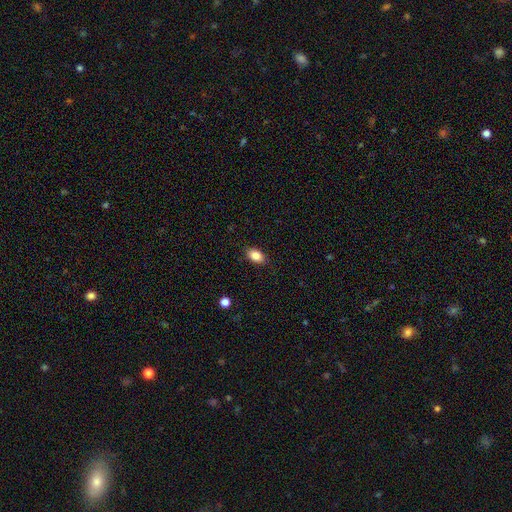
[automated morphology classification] Smooth or featured? smooth (85%)
How rounded? in between (87%)
Merging? none (88%)